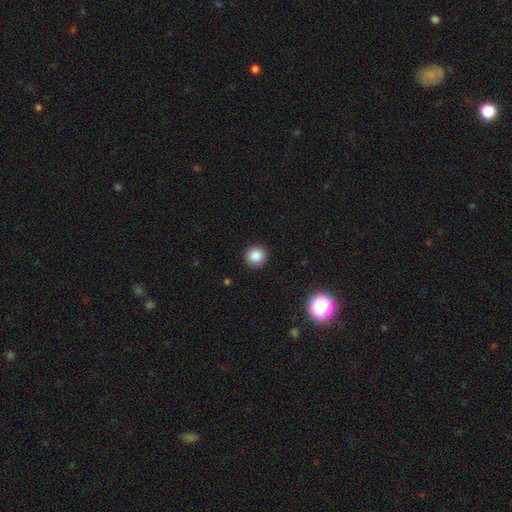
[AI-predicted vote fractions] smooth_or_featured: smooth (p=0.86) [alt: star or artifact p=0.10]
how_rounded: round (p=0.93) [alt: in between p=0.06]
merging: none (p=0.92) [alt: minor disturbance p=0.05]